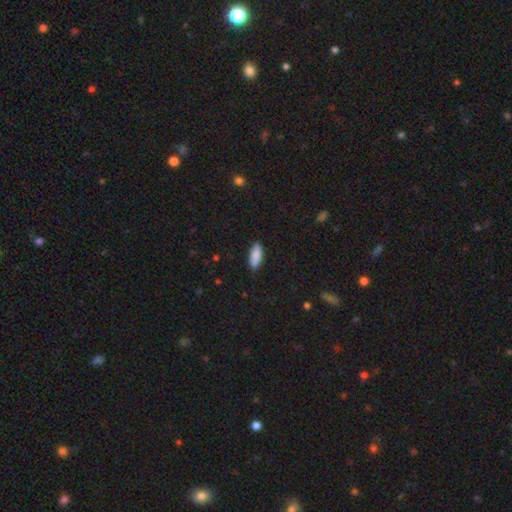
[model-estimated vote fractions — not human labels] Smooth or featured? smooth (88%)
How rounded? in between (77%)
Merging? none (87%)